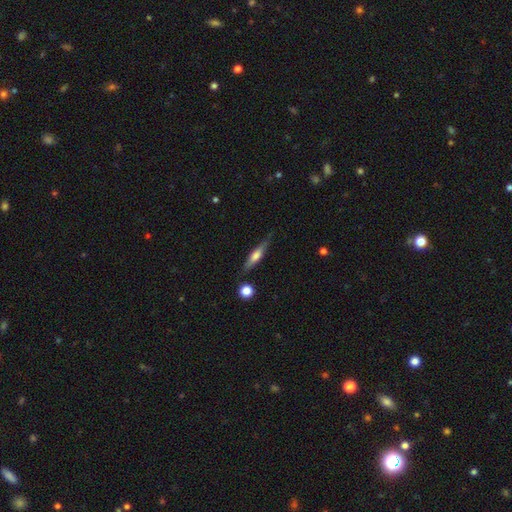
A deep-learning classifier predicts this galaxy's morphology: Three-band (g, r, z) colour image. It shows a featured or disk galaxy (53%) viewed edge-on (94%). Merging: none (79%).